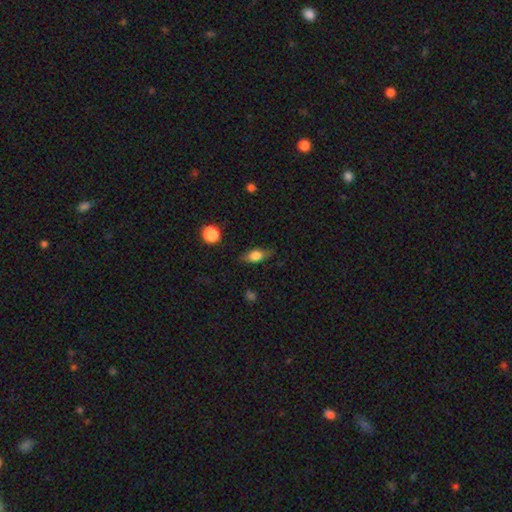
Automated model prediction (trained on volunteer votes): Smooth or featured: smooth — 70% (featured or disk — 21%)
How rounded: in between — 75% (cigar-shaped — 15%)
Merging: none — 79% (minor disturbance — 15%)